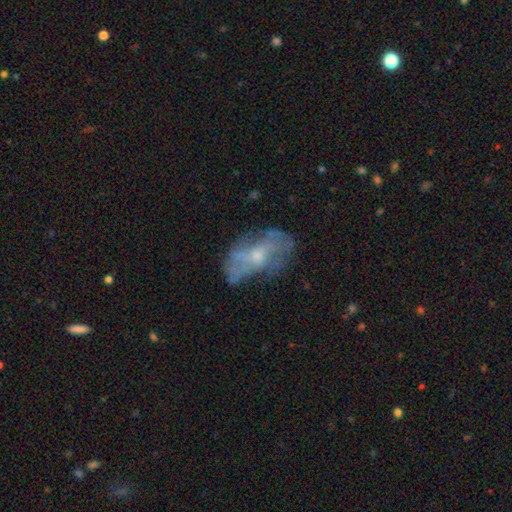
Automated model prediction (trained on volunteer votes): This is likely a featured or disk galaxy (63%). It is clearly not viewed edge-on (93%). Bar: likely no (66%). Spiral arm pattern: possibly no (51%). Central bulge: possibly small (52%). Merging: possibly none (55%).